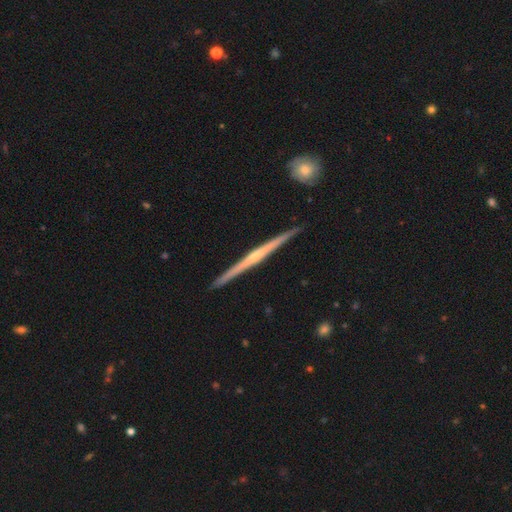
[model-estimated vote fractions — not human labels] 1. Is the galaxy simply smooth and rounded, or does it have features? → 83% featured or disk, 12% smooth, 5% star or artifact.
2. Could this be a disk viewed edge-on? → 98% yes, 2% no.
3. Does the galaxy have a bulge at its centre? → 63% rounded, 29% none, 8% boxy.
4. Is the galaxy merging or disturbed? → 92% none, 6% minor disturbance, 1% merger, 1% major disturbance.